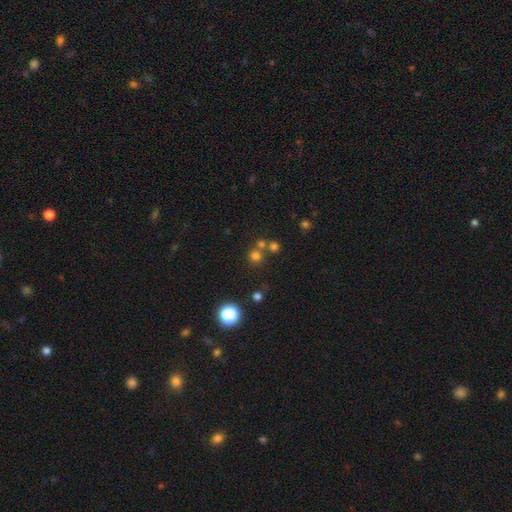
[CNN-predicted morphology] smooth 68%, star or artifact 24%, featured or disk 8%. Down the decision tree: how rounded — round (92%); merging — none (66%).